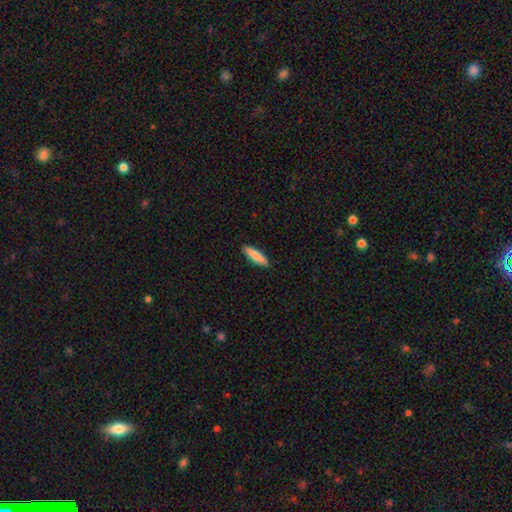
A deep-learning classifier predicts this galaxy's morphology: Q: Smooth or featured?
A: smooth (82%); runner-up: featured or disk (13%)
Q: How rounded?
A: cigar-shaped (78%); runner-up: in between (21%)
Q: Merging?
A: none (91%); runner-up: minor disturbance (6%)